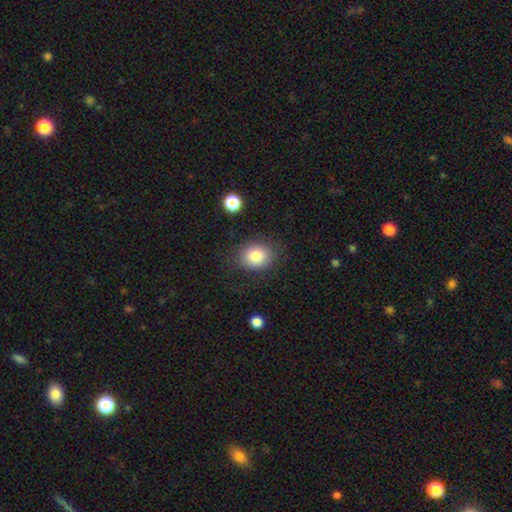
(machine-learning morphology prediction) Q: Smooth or featured?
A: smooth (82%); runner-up: star or artifact (10%)
Q: How rounded?
A: round (60%); runner-up: in between (39%)
Q: Merging?
A: none (81%); runner-up: minor disturbance (12%)